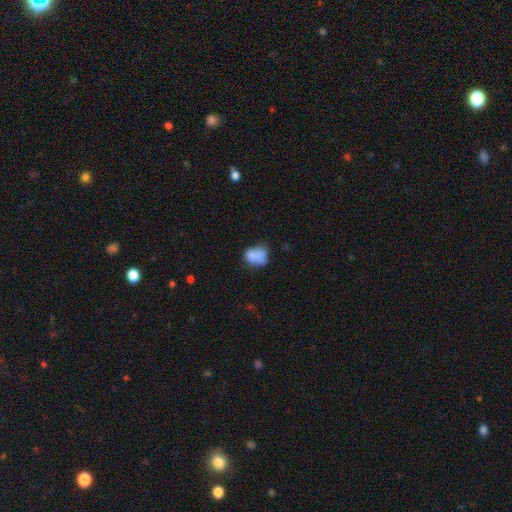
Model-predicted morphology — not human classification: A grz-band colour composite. It shows a smooth galaxy with no disk features (78%) that is in between round and cigar-shaped (74%). Merging: none (46%).